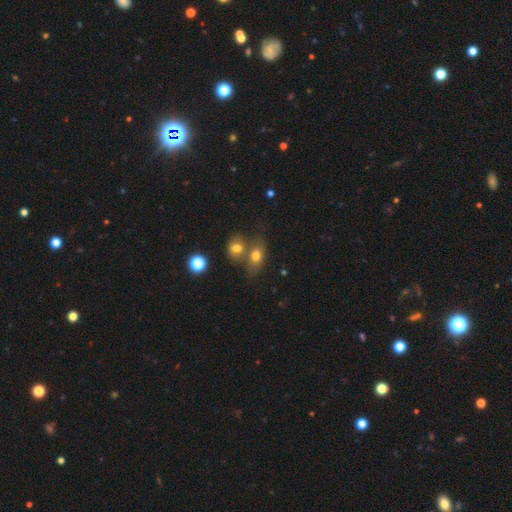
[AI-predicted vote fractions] Overall: smooth (73%). How rounded: in between (62%; round 35%). Merging: merger (52%; none 34%).